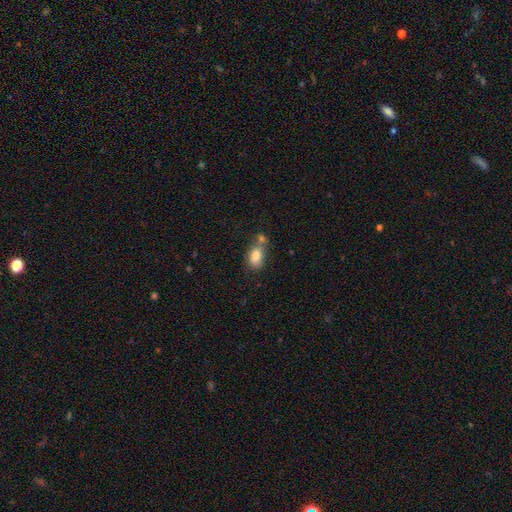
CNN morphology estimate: smooth-or-featured: smooth: 81% | featured or disk: 11% | star or artifact: 8%
  how-rounded: in between: 86% | round: 11% | cigar-shaped: 3%
  merging: none: 41% | merger: 40% | minor disturbance: 15% | major disturbance: 5%